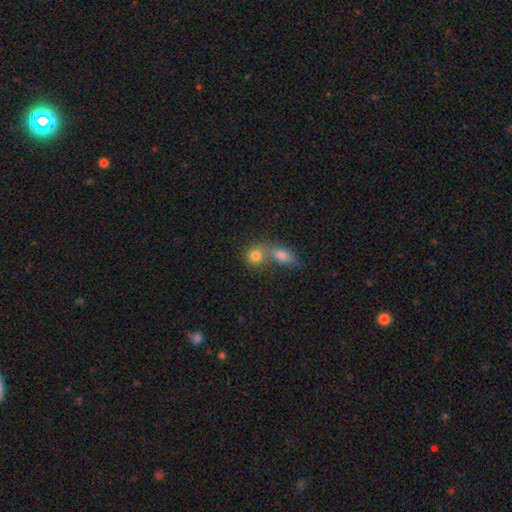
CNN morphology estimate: This appears to be a smooth galaxy with no disk features (80%) that is round (71%). Merging: merger (57%).